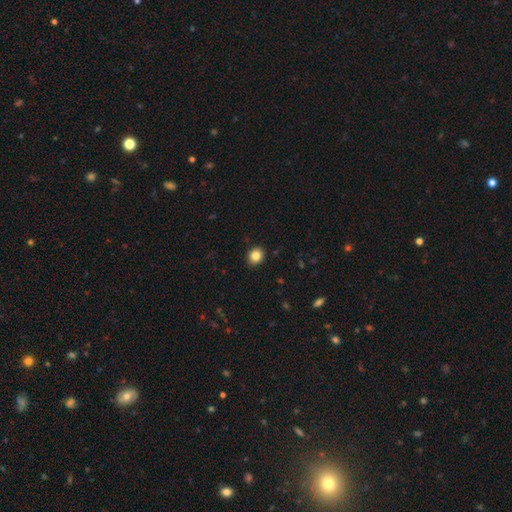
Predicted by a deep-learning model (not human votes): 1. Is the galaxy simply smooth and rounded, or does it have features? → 84% smooth, 10% star or artifact, 6% featured or disk.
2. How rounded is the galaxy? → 69% round, 31% in between, 1% cigar-shaped.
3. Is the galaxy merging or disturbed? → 90% none, 7% minor disturbance, 2% major disturbance, 1% merger.